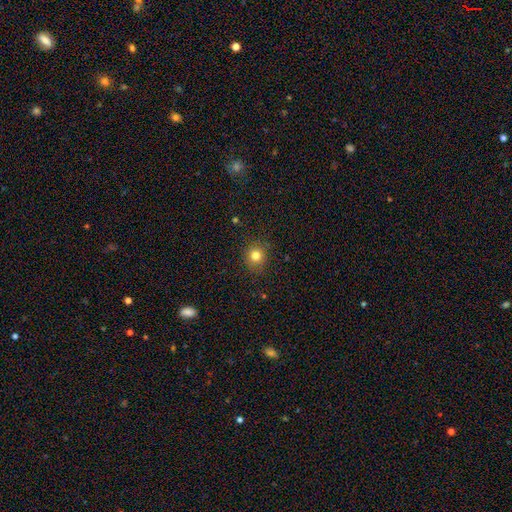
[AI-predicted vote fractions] smooth 80%, star or artifact 14%, featured or disk 6%. Down the decision tree: how rounded — round (88%); merging — none (89%).